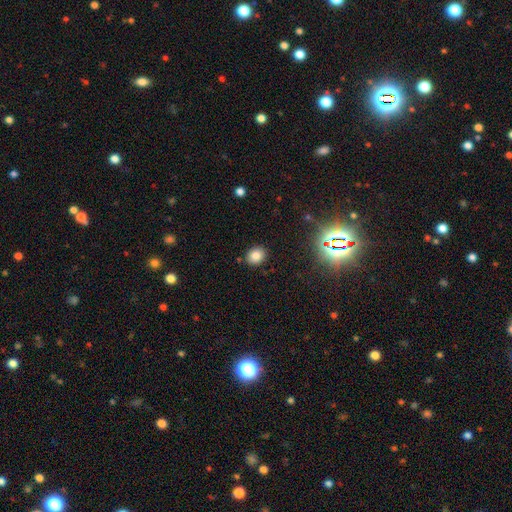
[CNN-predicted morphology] This appears to be a smooth galaxy with no disk features (81%) that is round (54%). Merging: none (88%).